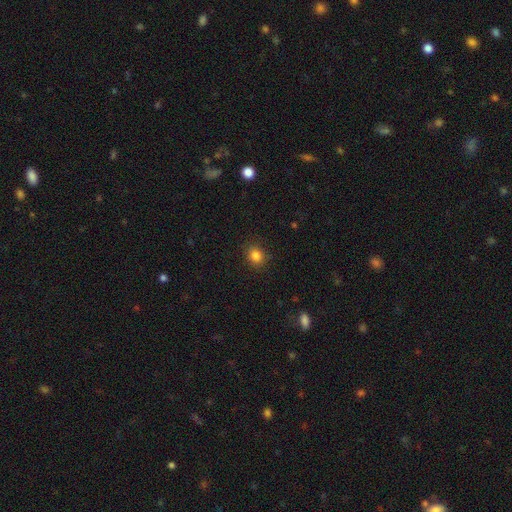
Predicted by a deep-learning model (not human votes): Smooth or featured: smooth — 84% (star or artifact — 12%)
How rounded: round — 71% (in between — 28%)
Merging: none — 87% (minor disturbance — 9%)